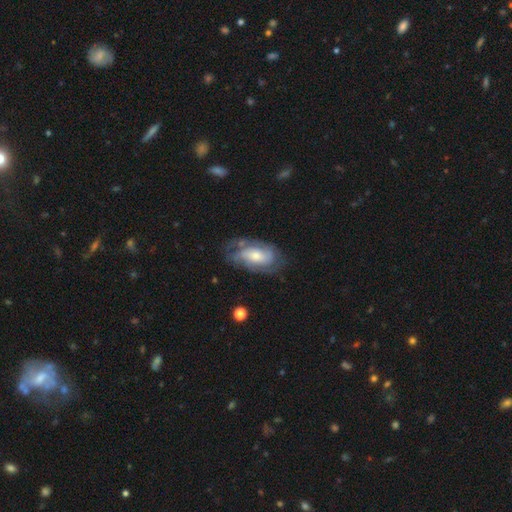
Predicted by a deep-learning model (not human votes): Overall: featured or disk (70%). Edge-on disk: no (94%). Bar: no (66%; weak 27%). Spiral arms: yes (85%). Spiral arm count: can't tell (39%; 2 33%). Spiral winding: tight (49%; medium 37%). Bulge size: moderate (46%; small 37%). Merging: none (61%; minor disturbance 23%).